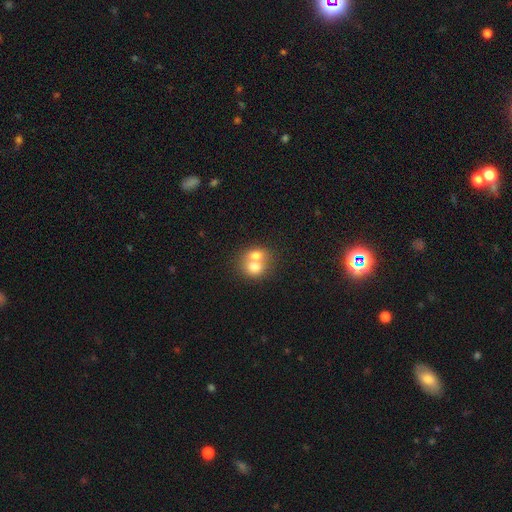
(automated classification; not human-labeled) smooth-or-featured: smooth: 68% | featured or disk: 22% | star or artifact: 9%
  how-rounded: round: 66% | in between: 33% | cigar-shaped: 1%
  merging: merger: 71% | none: 22% | minor disturbance: 5% | major disturbance: 3%